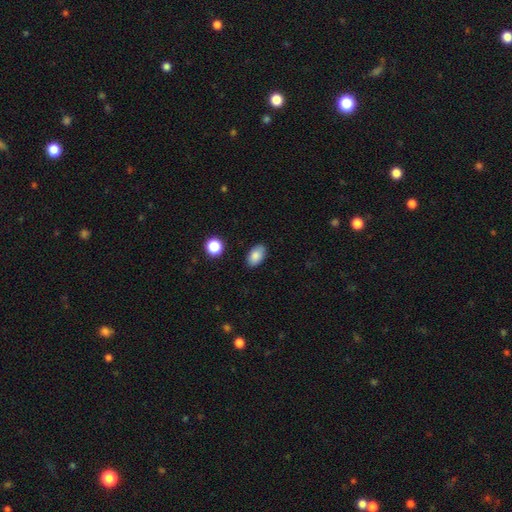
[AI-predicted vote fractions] smooth 85%, star or artifact 8%, featured or disk 6%. Down the decision tree: how rounded — in between (91%); merging — none (86%).